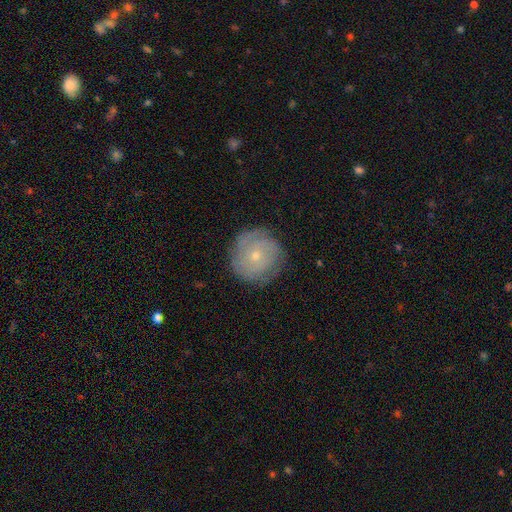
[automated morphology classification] The model was most divided on "smooth or featured": featured or disk: 61%, smooth: 31%, star or artifact: 8%. More confident: edge-on disk — no (97%); bar — no (84%); spiral arms — yes (82%); merging — none (80%); bulge size — small (71%).